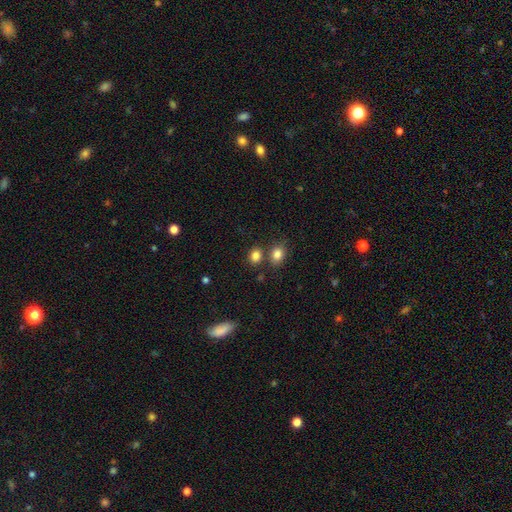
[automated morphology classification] Smooth or featured? smooth (83%)
How rounded? round (55%)
Merging? none (68%)